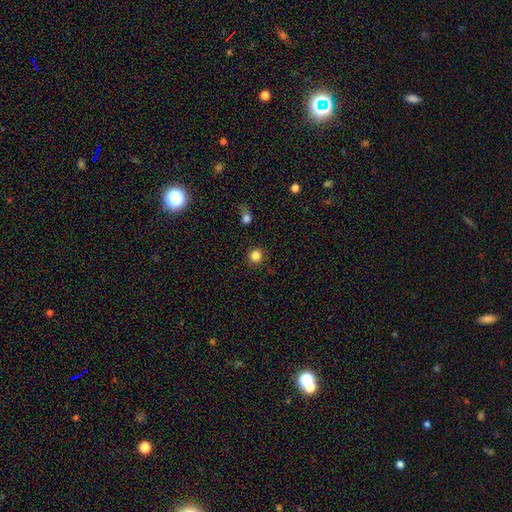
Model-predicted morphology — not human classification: Overall: smooth (84%). How rounded: round (93%). Merging: none (88%).